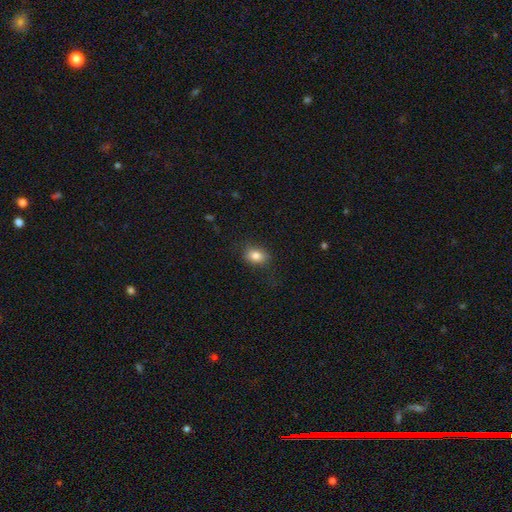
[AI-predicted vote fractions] smooth 83%, star or artifact 9%, featured or disk 8%. Down the decision tree: how rounded — in between (71%); merging — none (80%).